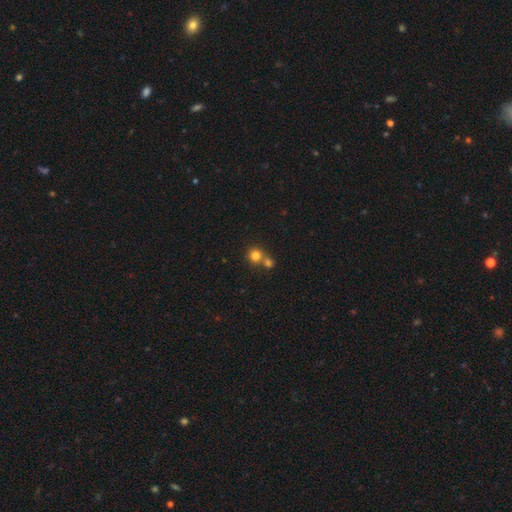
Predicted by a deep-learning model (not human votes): This appears to be a smooth galaxy with no disk features (80%) that is round (89%). Merging: none (49%).